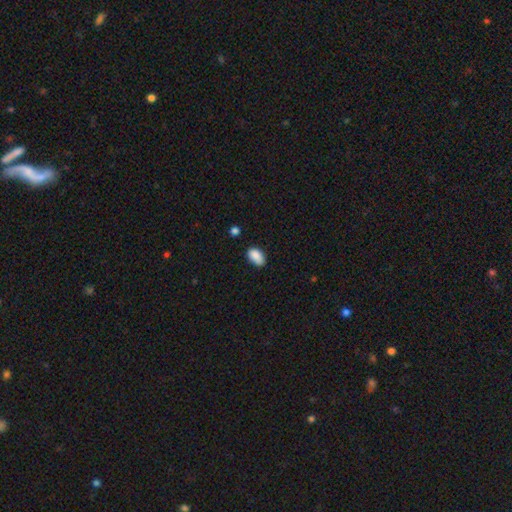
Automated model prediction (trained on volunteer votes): A smooth galaxy with no disk features (87%) that is in between round and cigar-shaped (91%). Merging: none (74%).